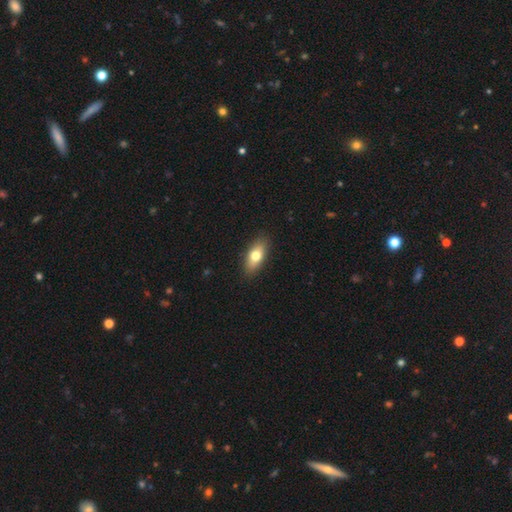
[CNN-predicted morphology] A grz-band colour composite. It shows a smooth galaxy with no disk features (71%) that is in between round and cigar-shaped (80%). Merging: none (88%).